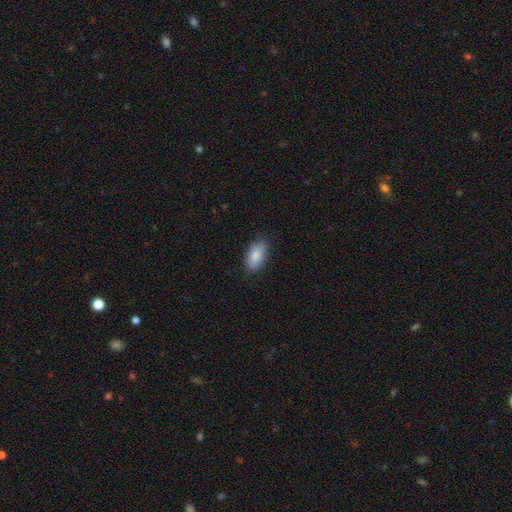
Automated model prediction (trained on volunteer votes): smooth 85%, featured or disk 8%, star or artifact 7%. Down the decision tree: how rounded — in between (92%); merging — none (81%).